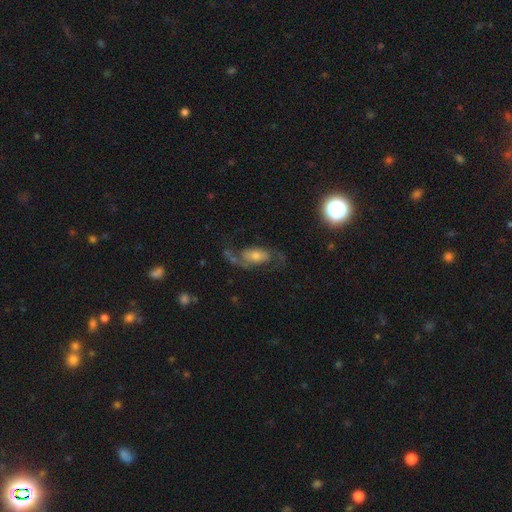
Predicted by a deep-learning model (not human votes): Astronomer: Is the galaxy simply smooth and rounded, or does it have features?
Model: featured or disk — 76%.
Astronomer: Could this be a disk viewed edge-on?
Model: no — 95%.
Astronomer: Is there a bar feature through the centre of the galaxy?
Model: no — 58%.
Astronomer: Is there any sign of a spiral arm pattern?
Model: yes — 92%.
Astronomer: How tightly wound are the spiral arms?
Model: loose — 58% (runner-up: medium, 33%).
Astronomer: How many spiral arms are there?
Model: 2 — 90%.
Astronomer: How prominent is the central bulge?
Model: moderate — 47% (runner-up: small, 38%).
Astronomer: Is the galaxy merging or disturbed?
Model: none — 63%.